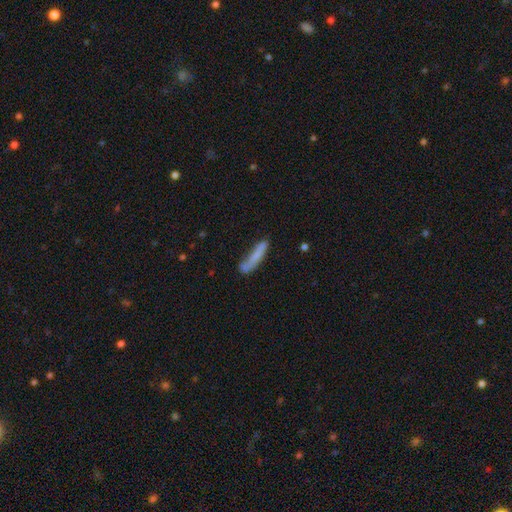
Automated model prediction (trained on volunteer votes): A smooth galaxy with no disk features (68%) that is cigar-shaped (87%).

Vote fractions:
- Smooth or featured? smooth: 68% / featured or disk: 24% / star or artifact: 8%
- How rounded? cigar-shaped: 87% / in between: 11% / round: 2%
- Merging? none: 54% / minor disturbance: 27% / major disturbance: 12% / merger: 7%